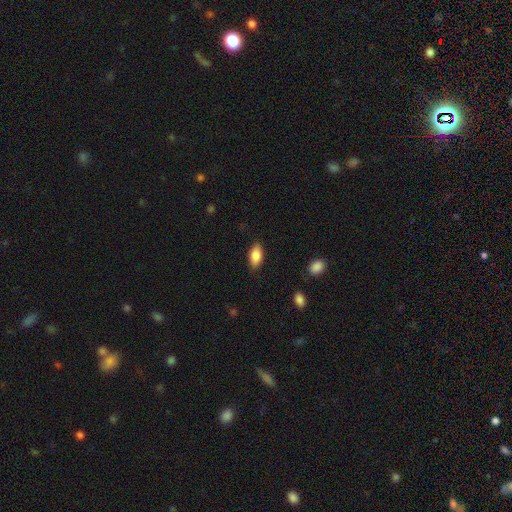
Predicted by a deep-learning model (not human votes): Smooth or featured?
  - smooth: 84% *
  - featured or disk: 9%
  - star or artifact: 7%
How rounded?
  - in between: 90% *
  - cigar-shaped: 7%
  - round: 3%
Merging?
  - none: 86% *
  - minor disturbance: 10%
  - major disturbance: 2%
  - merger: 1%